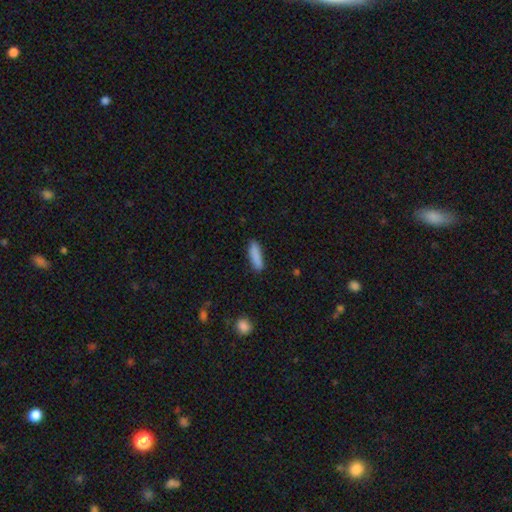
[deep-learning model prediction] Q: Smooth or featured?
A: smooth (88%); runner-up: star or artifact (7%)
Q: How rounded?
A: cigar-shaped (60%); runner-up: in between (38%)
Q: Merging?
A: none (87%); runner-up: minor disturbance (10%)